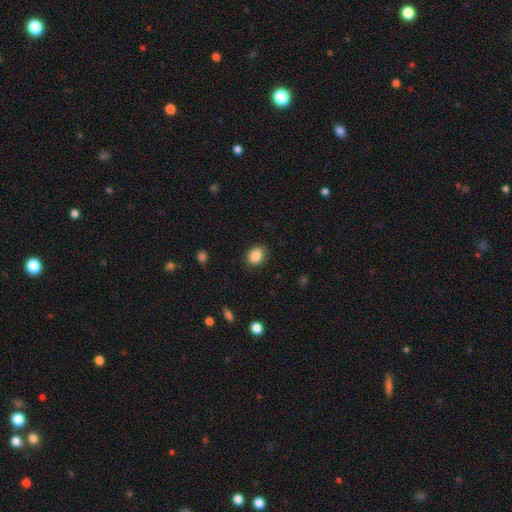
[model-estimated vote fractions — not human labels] Smooth or featured? smooth (87%)
How rounded? round (51%)
Merging? none (88%)